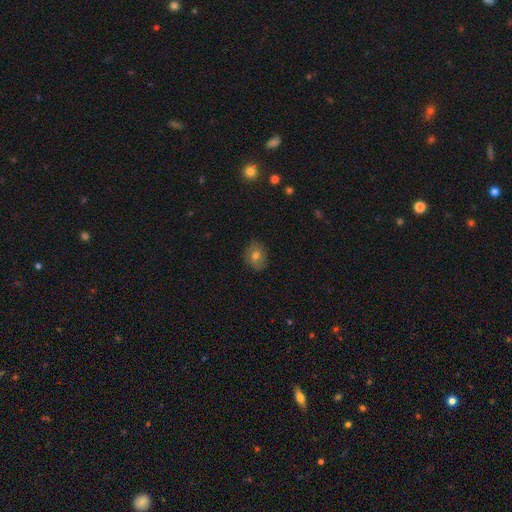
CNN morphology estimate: Overall: smooth (73%). How rounded: round (50%; in between 49%). Merging: none (82%).